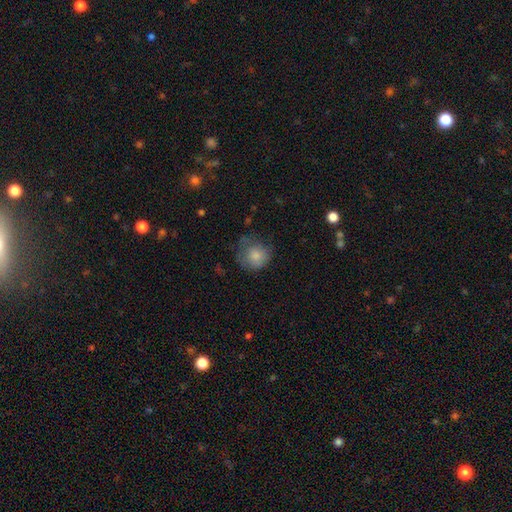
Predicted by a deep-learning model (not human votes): smooth-or-featured: smooth: 81% | featured or disk: 10% | star or artifact: 8%
  how-rounded: round: 86% | in between: 13% | cigar-shaped: 1%
  merging: none: 54% | minor disturbance: 30% | major disturbance: 14% | merger: 2%